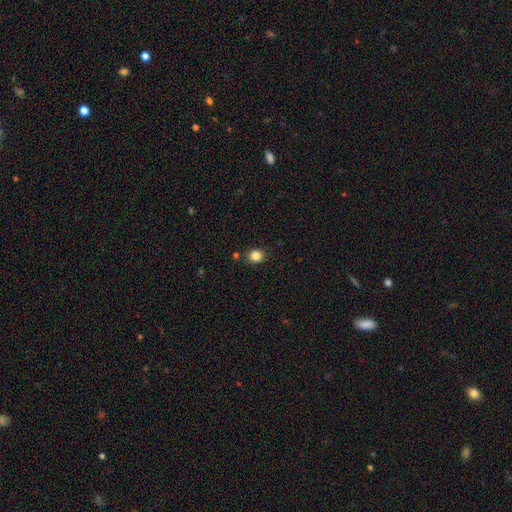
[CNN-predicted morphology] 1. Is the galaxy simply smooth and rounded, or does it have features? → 84% smooth, 12% star or artifact, 5% featured or disk.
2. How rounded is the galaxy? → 73% round, 26% in between, 1% cigar-shaped.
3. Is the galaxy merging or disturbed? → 88% none, 8% minor disturbance, 3% merger, 2% major disturbance.